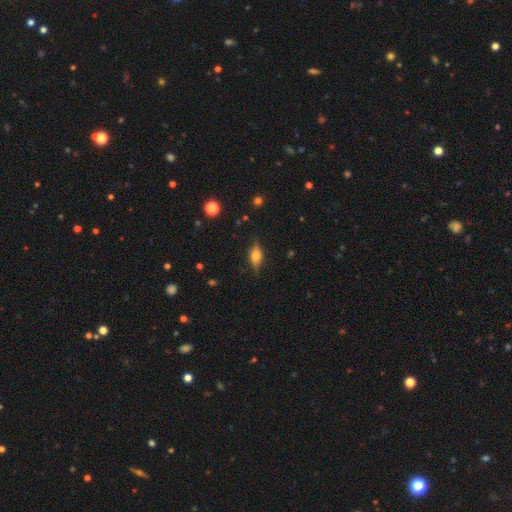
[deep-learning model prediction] Smooth or featured? Predicted: featured or disk (p=0.53). Edge-on disk? Predicted: yes (p=0.91). Merging? Predicted: none (p=0.81).